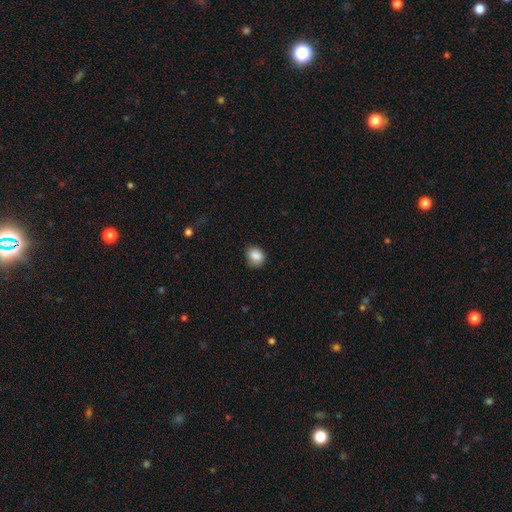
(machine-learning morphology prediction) Smooth or featured: smooth — 87% (star or artifact — 9%)
How rounded: round — 61% (in between — 38%)
Merging: none — 75% (minor disturbance — 20%)